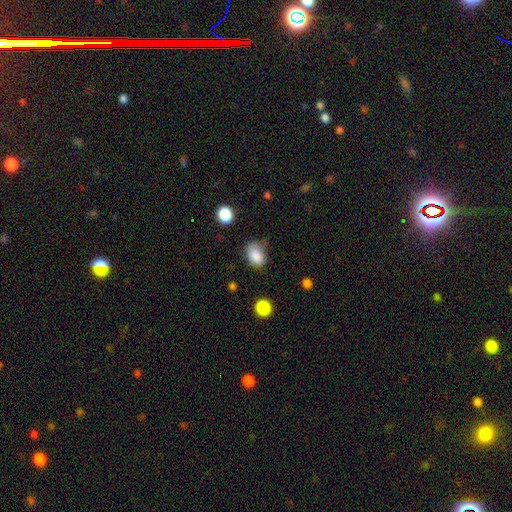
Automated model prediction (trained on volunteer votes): This appears to be a smooth galaxy with no disk features (86%) that is in between round and cigar-shaped (74%). Merging: none (66%).